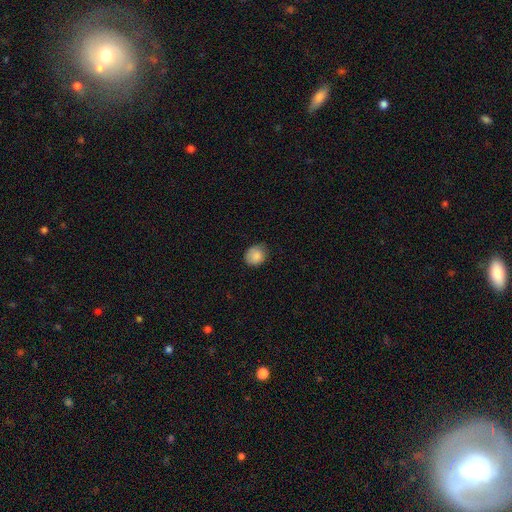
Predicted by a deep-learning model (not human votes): Smooth or featured? Predicted: smooth (p=0.86). How rounded? Predicted: round (p=0.62). Merging? Predicted: none (p=0.70).